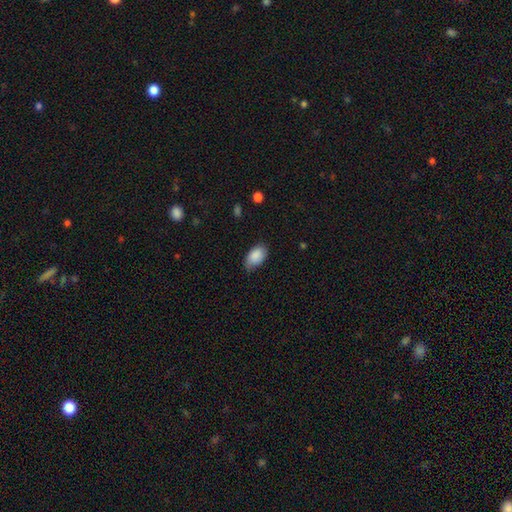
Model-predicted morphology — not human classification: A smooth galaxy with no disk features (88%) that is in between round and cigar-shaped (93%). Merging: none (67%).